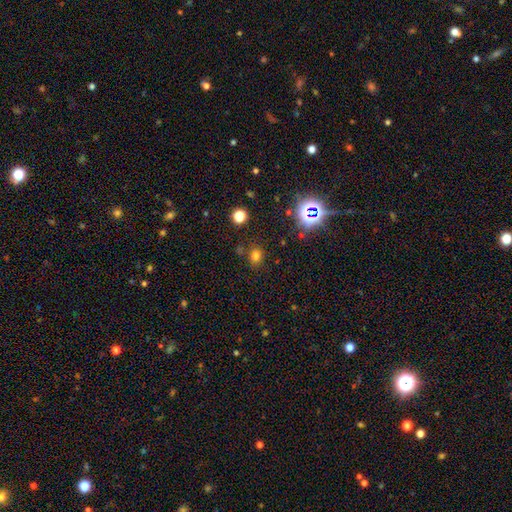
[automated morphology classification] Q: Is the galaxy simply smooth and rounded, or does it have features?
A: smooth — 70%.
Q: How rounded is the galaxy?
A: round — 63%.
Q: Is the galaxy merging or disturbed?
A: none — 79%.